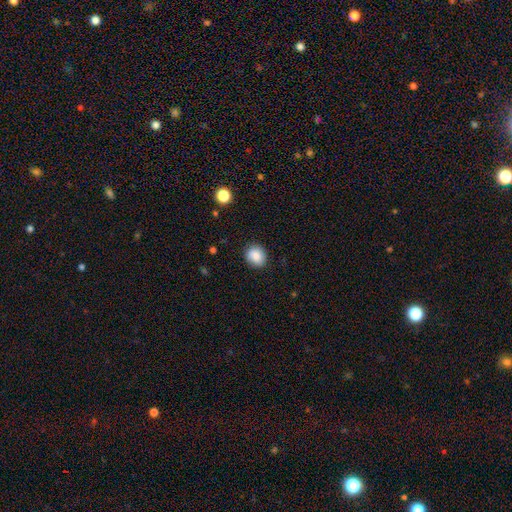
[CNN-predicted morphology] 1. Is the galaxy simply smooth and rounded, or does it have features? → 85% smooth, 8% star or artifact, 6% featured or disk.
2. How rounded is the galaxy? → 73% round, 26% in between, 1% cigar-shaped.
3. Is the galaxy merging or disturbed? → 83% none, 13% minor disturbance, 3% major disturbance, 1% merger.